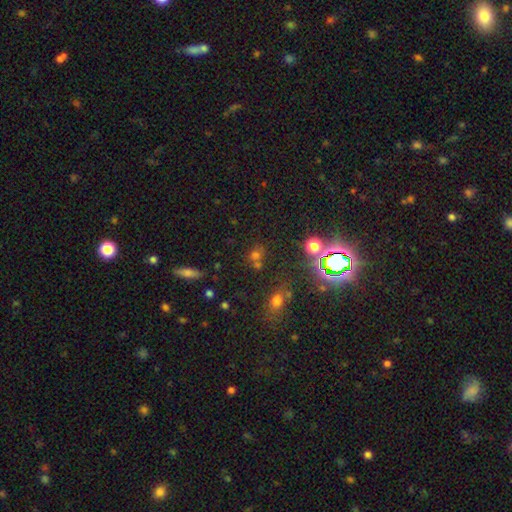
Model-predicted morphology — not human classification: smooth_or_featured: smooth (p=0.46) [alt: star or artifact p=0.44]
merging: none (p=0.60) [alt: merger p=0.25]